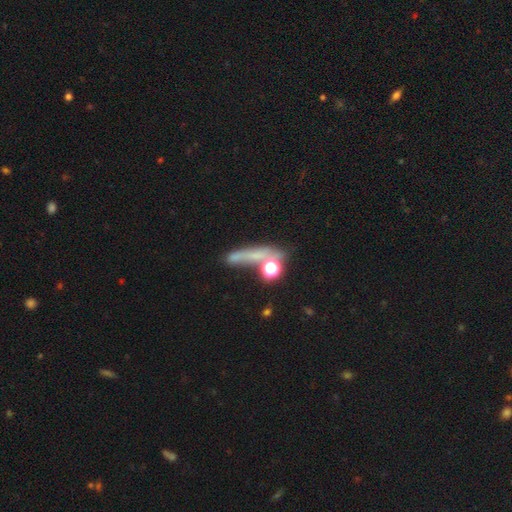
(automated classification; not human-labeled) Overall: smooth (48%; star or artifact 27%). Merging: none (45%; merger 23%).